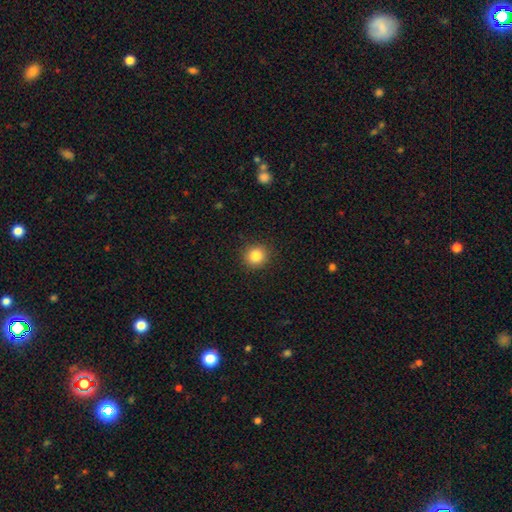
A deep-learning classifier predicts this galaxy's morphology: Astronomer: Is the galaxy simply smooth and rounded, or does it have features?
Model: smooth — 84%.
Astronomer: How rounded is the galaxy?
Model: round — 91%.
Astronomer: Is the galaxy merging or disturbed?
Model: none — 91%.